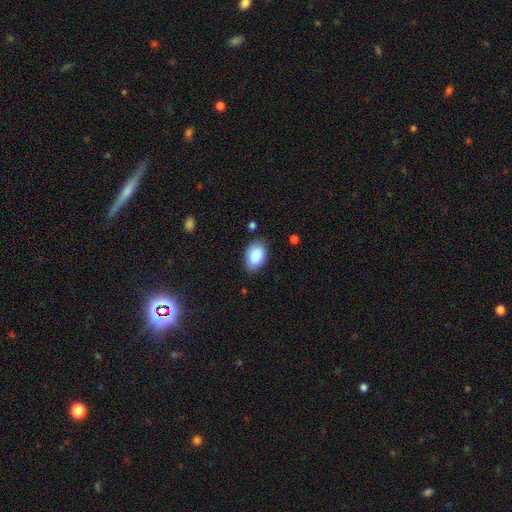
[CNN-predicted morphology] A smooth galaxy with no disk features (89%) that is in between round and cigar-shaped (90%). Merging: none (81%).